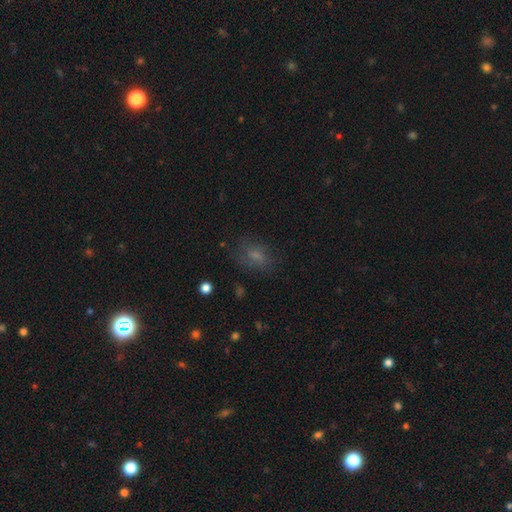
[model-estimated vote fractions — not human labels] The model was most divided on "smooth or featured": smooth: 63%, featured or disk: 21%, star or artifact: 17%. More confident: how rounded — in between (71%); merging — none (66%).